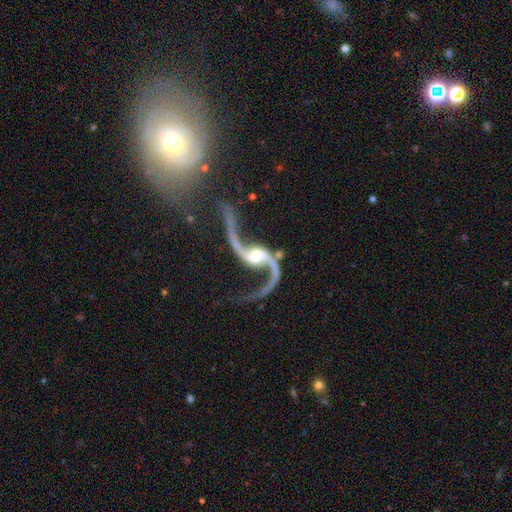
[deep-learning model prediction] smooth_or_featured: featured or disk (p=0.94) [alt: star or artifact p=0.04]
disk_edge_on: no (p=0.97) [alt: yes p=0.03]
bar: no (p=0.39) [alt: weak p=0.36]
has_spiral_arms: yes (p=0.98) [alt: no p=0.02]
spiral_winding: loose (p=0.92) [alt: medium p=0.06]
spiral_arm_count: 2 (p=0.95) [alt: 1 p=0.01]
bulge_size: moderate (p=0.54) [alt: small p=0.33]
merging: none (p=0.67) [alt: minor disturbance p=0.15]